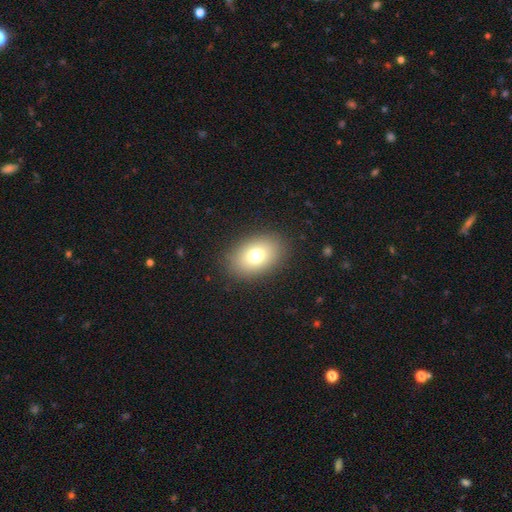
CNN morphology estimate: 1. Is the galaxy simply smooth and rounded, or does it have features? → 76% smooth, 13% featured or disk, 11% star or artifact.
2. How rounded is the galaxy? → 80% in between, 19% round, 1% cigar-shaped.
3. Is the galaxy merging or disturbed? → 87% none, 8% minor disturbance, 3% major disturbance, 1% merger.